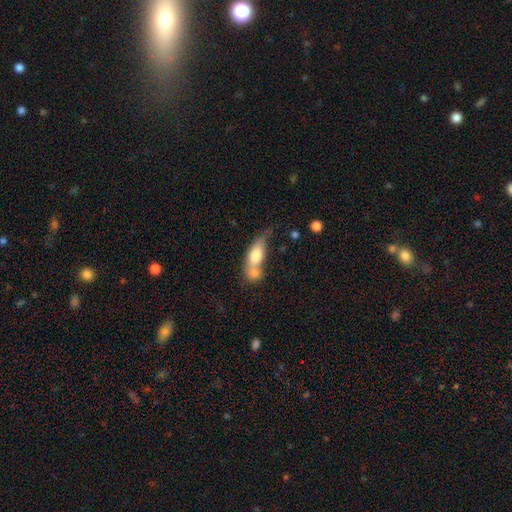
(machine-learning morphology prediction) Q: Smooth or featured?
A: smooth (69%); runner-up: featured or disk (24%)
Q: How rounded?
A: in between (69%); runner-up: cigar-shaped (24%)
Q: Merging?
A: merger (58%); runner-up: none (24%)